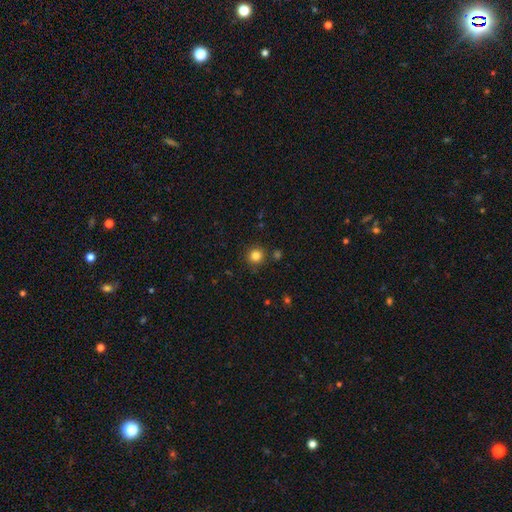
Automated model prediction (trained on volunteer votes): Overall: smooth (82%). How rounded: round (93%). Merging: none (87%).